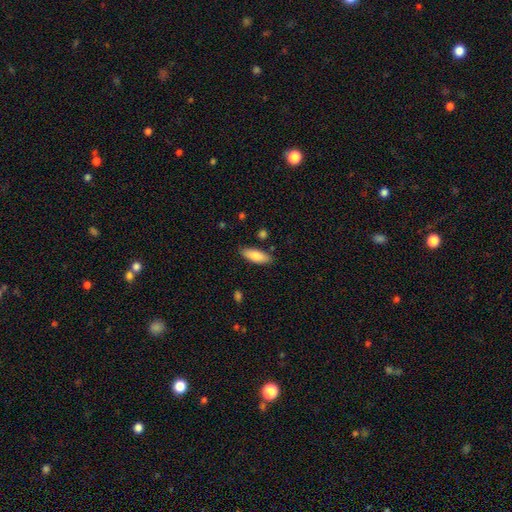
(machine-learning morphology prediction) This is clearly a smooth galaxy (84%). How rounded: likely in between (70%). Merging: clearly none (84%).